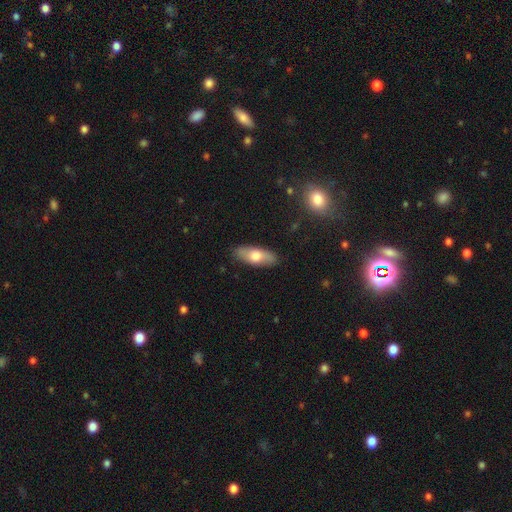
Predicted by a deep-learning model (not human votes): Smooth or featured?
  - smooth: 64% *
  - featured or disk: 30%
  - star or artifact: 6%
How rounded?
  - in between: 70% *
  - cigar-shaped: 27%
  - round: 3%
Merging?
  - none: 86% *
  - minor disturbance: 10%
  - major disturbance: 2%
  - merger: 1%